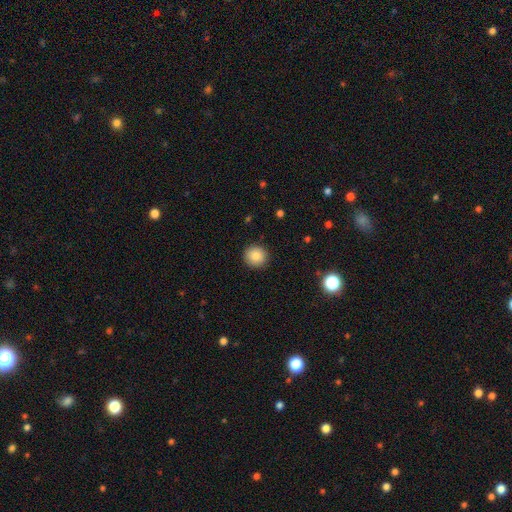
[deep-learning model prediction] smooth_or_featured: smooth (p=0.86) [alt: star or artifact p=0.10]
how_rounded: round (p=0.94) [alt: in between p=0.05]
merging: none (p=0.92) [alt: minor disturbance p=0.05]